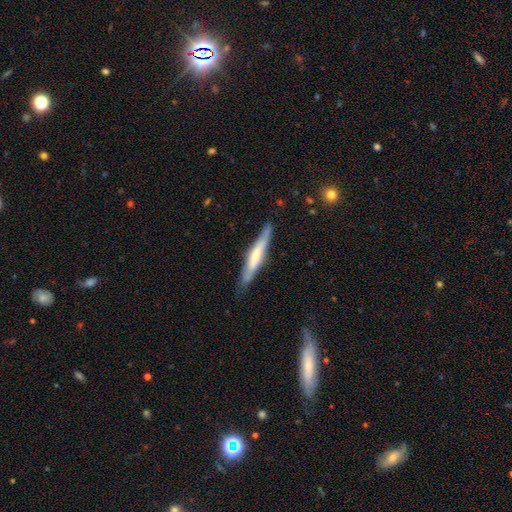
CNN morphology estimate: Q: Smooth or featured?
A: smooth (48%); runner-up: featured or disk (46%)
Q: Merging?
A: none (82%); runner-up: minor disturbance (14%)